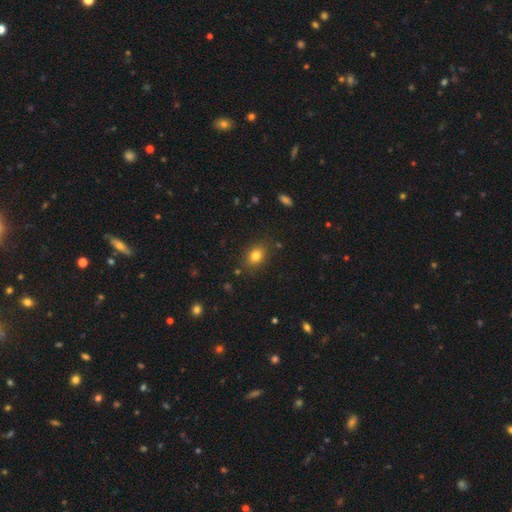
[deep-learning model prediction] Smooth or featured: smooth — 81% (star or artifact — 11%)
How rounded: in between — 68% (round — 31%)
Merging: none — 83% (minor disturbance — 12%)